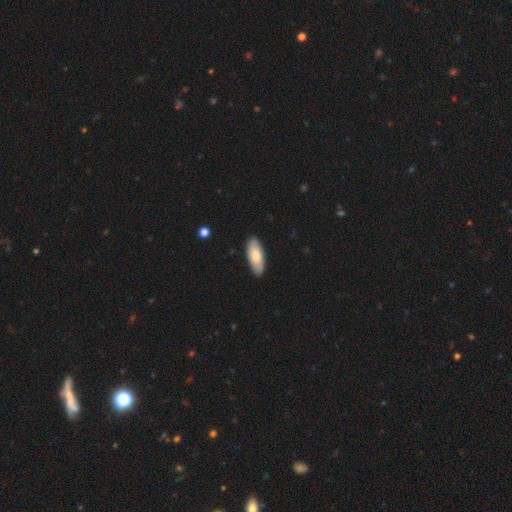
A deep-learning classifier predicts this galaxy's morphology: This appears to be a smooth galaxy with no disk features (73%) that is in between round and cigar-shaped (81%). Merging: none (87%).